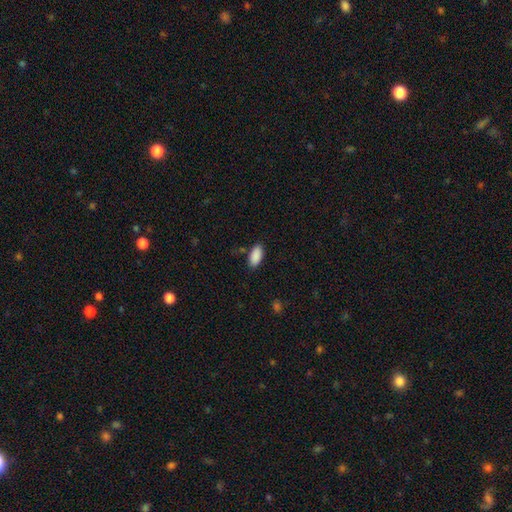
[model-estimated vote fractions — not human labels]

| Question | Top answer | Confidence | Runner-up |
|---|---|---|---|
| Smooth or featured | smooth | 90% | star or artifact (7%) |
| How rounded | in between | 93% | cigar-shaped (5%) |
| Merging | none | 85% | minor disturbance (11%) |